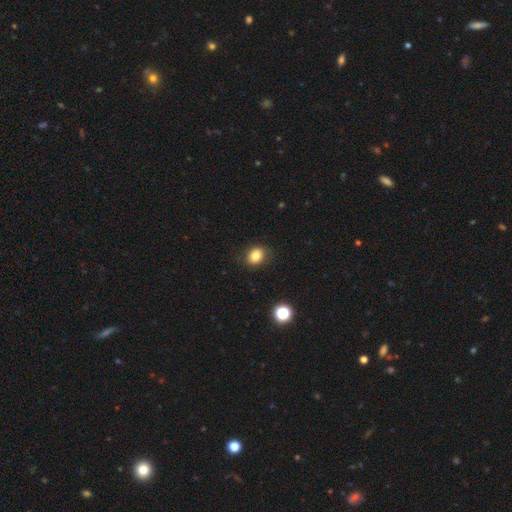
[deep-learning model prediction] Smooth or featured?
  - smooth: 82% *
  - star or artifact: 11%
  - featured or disk: 7%
How rounded?
  - round: 50% *
  - in between: 49%
  - cigar-shaped: 1%
Merging?
  - none: 82% *
  - minor disturbance: 13%
  - major disturbance: 3%
  - merger: 1%